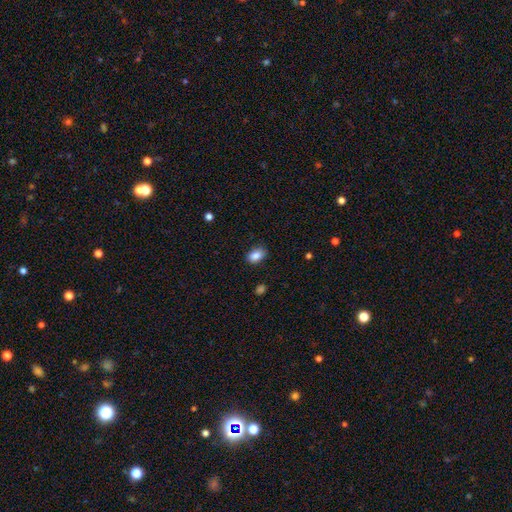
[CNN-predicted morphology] smooth-or-featured: smooth: 87% | star or artifact: 8% | featured or disk: 5%
  how-rounded: in between: 84% | round: 14% | cigar-shaped: 1%
  merging: none: 86% | minor disturbance: 11% | major disturbance: 2% | merger: 1%